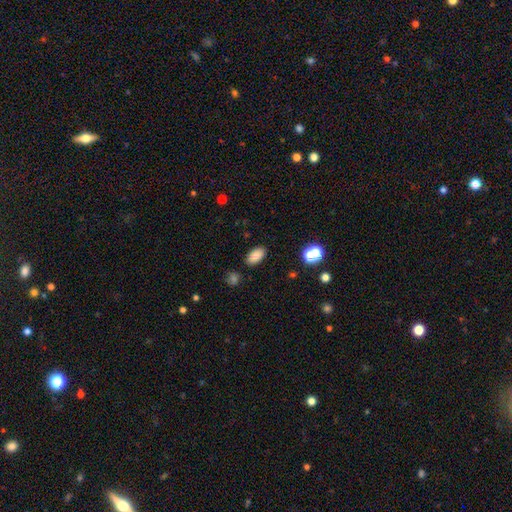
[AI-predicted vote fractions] This is clearly a smooth galaxy (85%). How rounded: clearly in between (93%). Merging: clearly none (86%).